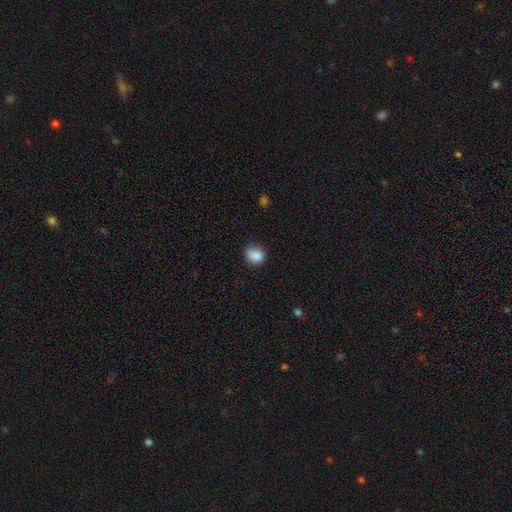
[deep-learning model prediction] Q: Smooth or featured?
A: smooth (85%); runner-up: star or artifact (9%)
Q: How rounded?
A: round (66%); runner-up: in between (34%)
Q: Merging?
A: none (63%); runner-up: minor disturbance (28%)